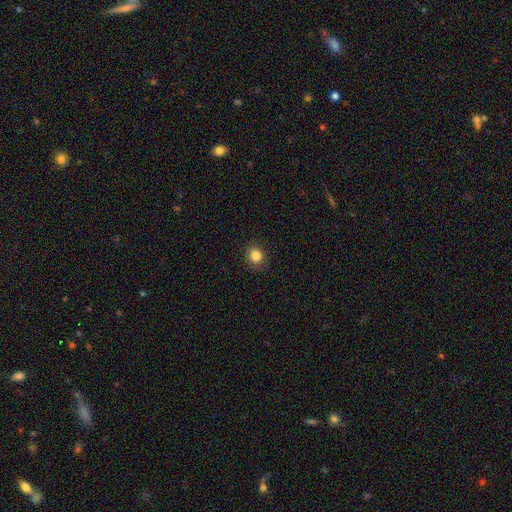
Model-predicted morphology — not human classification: Q: Smooth or featured?
A: smooth (85%); runner-up: star or artifact (11%)
Q: How rounded?
A: round (78%); runner-up: in between (21%)
Q: Merging?
A: none (88%); runner-up: minor disturbance (8%)